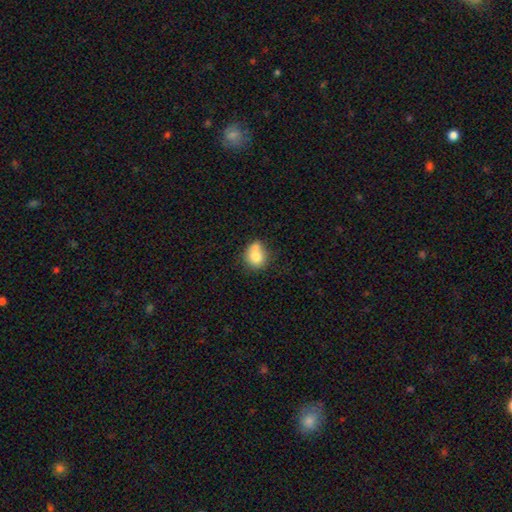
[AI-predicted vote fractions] A smooth galaxy with no disk features (78%) that is round (62%).

Vote fractions:
- Smooth or featured? smooth: 78% / featured or disk: 13% / star or artifact: 9%
- How rounded? round: 62% / in between: 37% / cigar-shaped: 1%
- Merging? none: 42% / minor disturbance: 25% / merger: 24% / major disturbance: 9%